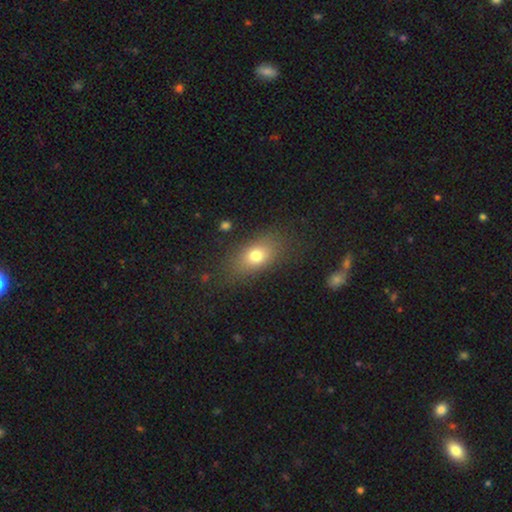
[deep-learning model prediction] The model was most divided on "how rounded": in between: 77%, round: 18%, cigar-shaped: 6%. More confident: merging — none (78%); smooth or featured — smooth (74%).